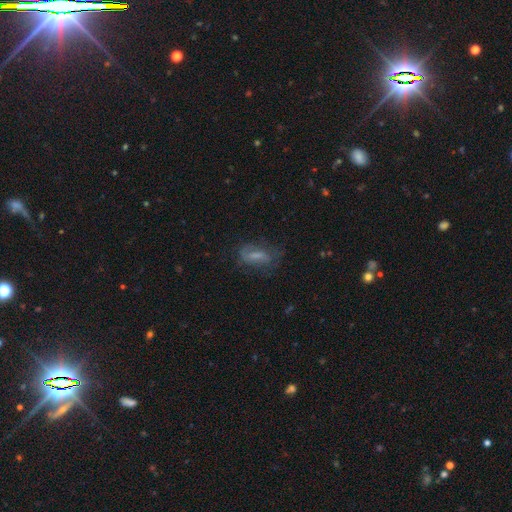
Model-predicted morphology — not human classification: The model was most divided on "smooth or featured": smooth: 47%, featured or disk: 42%, star or artifact: 11%. More confident: merging — none (52%).